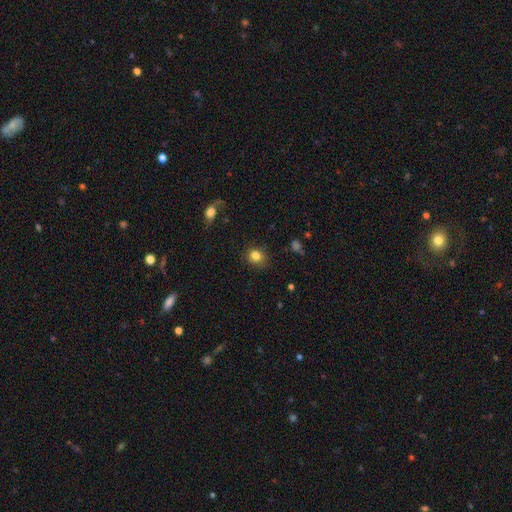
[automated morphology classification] Smooth or featured?
  - smooth: 83% *
  - star or artifact: 11%
  - featured or disk: 6%
How rounded?
  - round: 76% *
  - in between: 23%
  - cigar-shaped: 1%
Merging?
  - none: 85% *
  - minor disturbance: 11%
  - major disturbance: 3%
  - merger: 1%